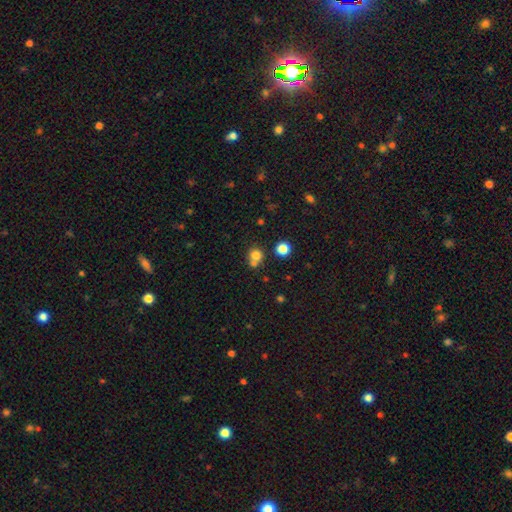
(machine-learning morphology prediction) smooth 76%, star or artifact 14%, featured or disk 10%. Down the decision tree: how rounded — round (84%); merging — none (51%).